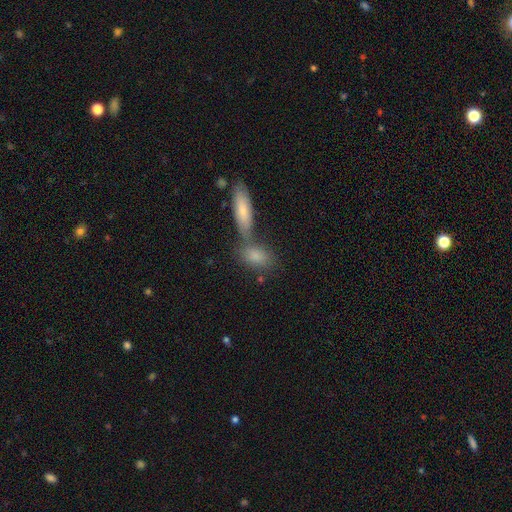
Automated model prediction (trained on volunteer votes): smooth_or_featured: smooth (p=0.79) [alt: featured or disk p=0.13]
how_rounded: in between (p=0.76) [alt: cigar-shaped p=0.17]
merging: none (p=0.48) [alt: merger p=0.37]